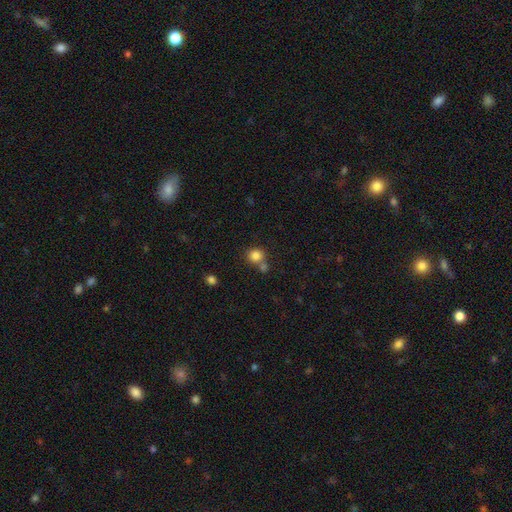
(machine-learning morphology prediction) Smooth or featured? Predicted: smooth (p=0.83). How rounded? Predicted: round (p=0.86). Merging? Predicted: none (p=0.60).